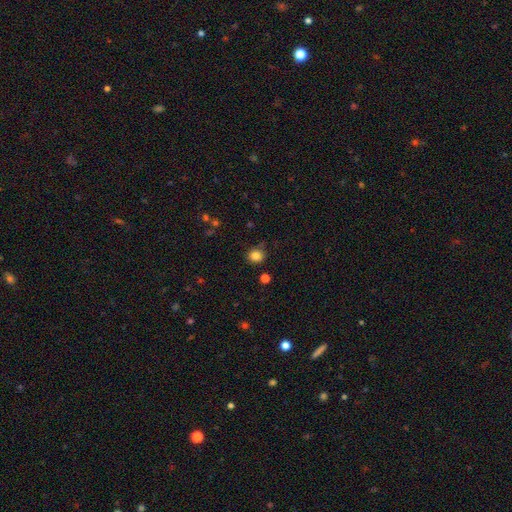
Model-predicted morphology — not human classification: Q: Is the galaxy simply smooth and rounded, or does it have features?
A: smooth — 83%.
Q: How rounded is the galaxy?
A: round — 81%.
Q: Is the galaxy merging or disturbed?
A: none — 80%.